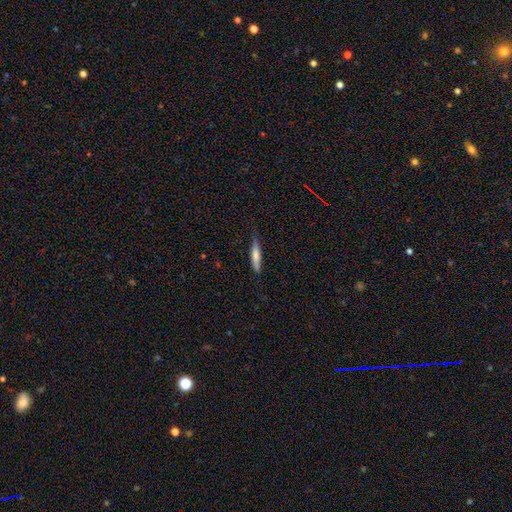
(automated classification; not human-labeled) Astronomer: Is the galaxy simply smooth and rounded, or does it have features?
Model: smooth — 68%.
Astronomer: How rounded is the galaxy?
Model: cigar-shaped — 86%.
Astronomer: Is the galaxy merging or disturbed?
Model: none — 72%.